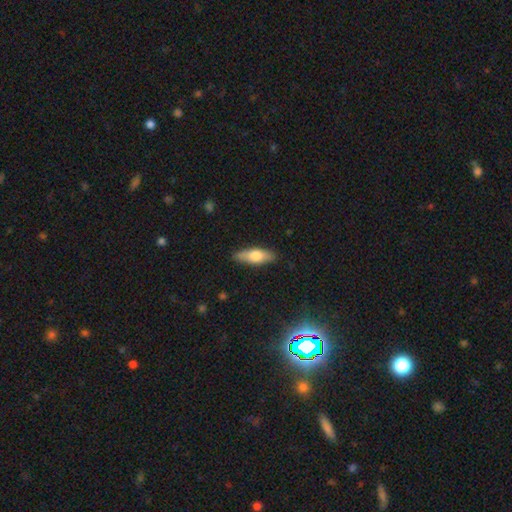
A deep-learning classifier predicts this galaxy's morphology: This appears to be a smooth galaxy with no disk features (64%) that is in between round and cigar-shaped (59%). Merging: none (87%).